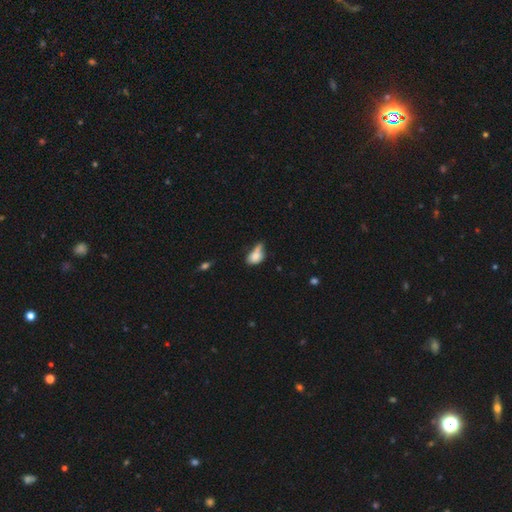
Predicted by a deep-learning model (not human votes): Smooth or featured?
  - smooth: 73% *
  - featured or disk: 17%
  - star or artifact: 9%
How rounded?
  - in between: 83% *
  - round: 14%
  - cigar-shaped: 3%
Merging?
  - minor disturbance: 34% *
  - none: 26%
  - merger: 23%
  - major disturbance: 17%